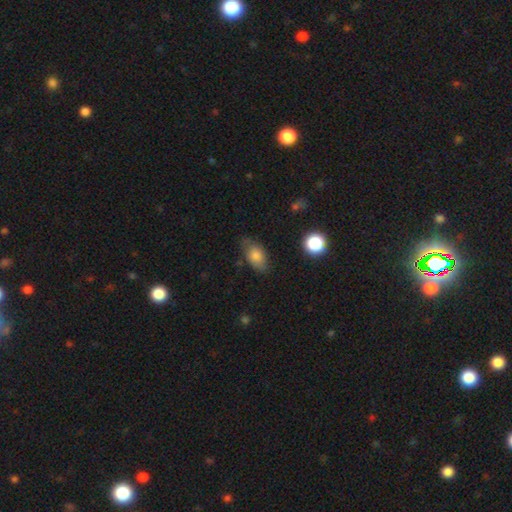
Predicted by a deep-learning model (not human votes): This is likely a smooth galaxy (78%). How rounded: clearly in between (87%). Merging: likely none (65%).